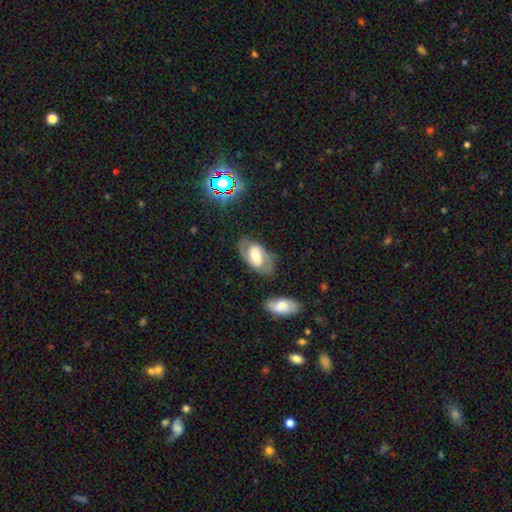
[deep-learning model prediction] Q: Smooth or featured?
A: featured or disk (68%); runner-up: smooth (25%)
Q: Edge-on disk?
A: no (95%); runner-up: yes (5%)
Q: Bar?
A: weak (43%); runner-up: no (36%)
Q: Spiral arms?
A: yes (87%); runner-up: no (13%)
Q: Spiral winding?
A: medium (49%); runner-up: tight (32%)
Q: Spiral arm count?
A: 2 (86%); runner-up: can't tell (8%)
Q: Bulge size?
A: moderate (61%); runner-up: large (19%)
Q: Merging?
A: none (73%); runner-up: minor disturbance (17%)